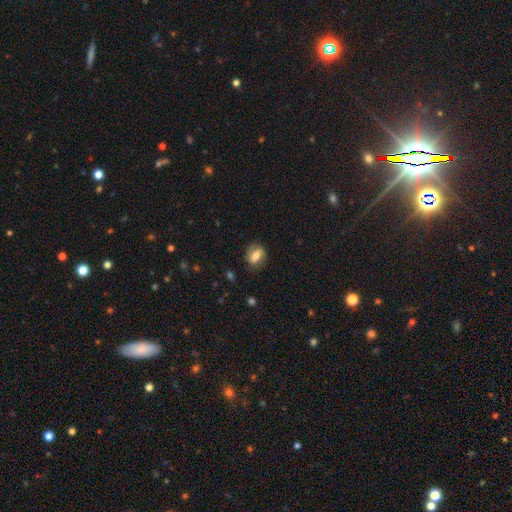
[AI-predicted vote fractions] Smooth or featured?
  - smooth: 52% *
  - featured or disk: 39%
  - star or artifact: 9%
How rounded?
  - in between: 59% *
  - round: 38%
  - cigar-shaped: 3%
Merging?
  - none: 77% *
  - minor disturbance: 16%
  - major disturbance: 5%
  - merger: 1%